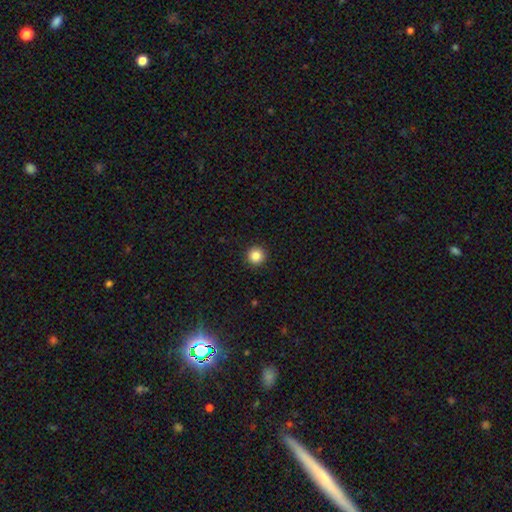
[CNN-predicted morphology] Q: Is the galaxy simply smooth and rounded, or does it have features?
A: smooth — 85%.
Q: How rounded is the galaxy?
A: round — 96%.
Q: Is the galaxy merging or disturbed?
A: none — 93%.